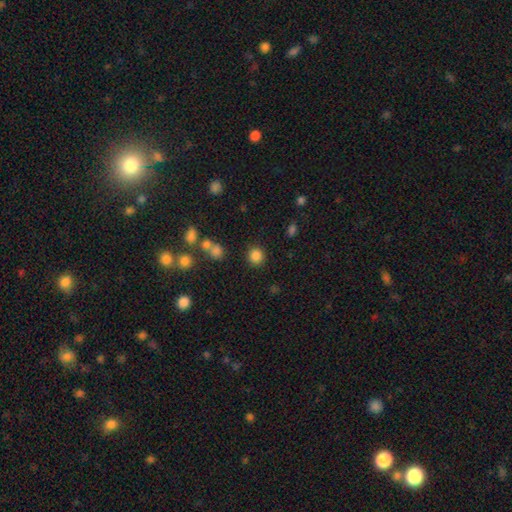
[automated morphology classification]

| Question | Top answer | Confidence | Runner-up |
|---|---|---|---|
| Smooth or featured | smooth | 83% | star or artifact (13%) |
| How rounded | round | 88% | in between (11%) |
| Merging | none | 83% | minor disturbance (8%) |